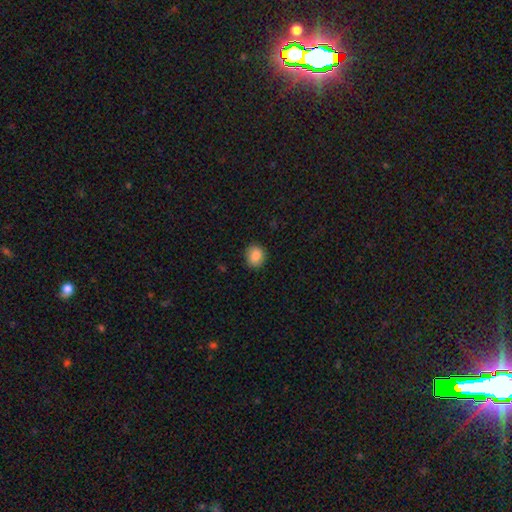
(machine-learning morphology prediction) Q: Smooth or featured?
A: smooth (86%); runner-up: star or artifact (9%)
Q: How rounded?
A: round (73%); runner-up: in between (26%)
Q: Merging?
A: none (89%); runner-up: minor disturbance (8%)